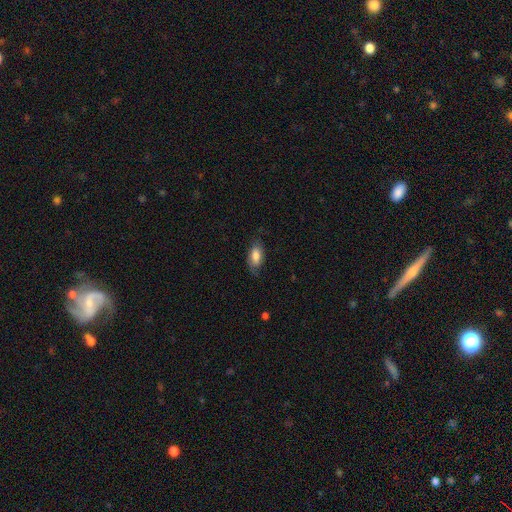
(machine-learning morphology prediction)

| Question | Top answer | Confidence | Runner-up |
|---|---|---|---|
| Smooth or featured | smooth | 73% | featured or disk (20%) |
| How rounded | in between | 90% | cigar-shaped (5%) |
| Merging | none | 67% | minor disturbance (24%) |